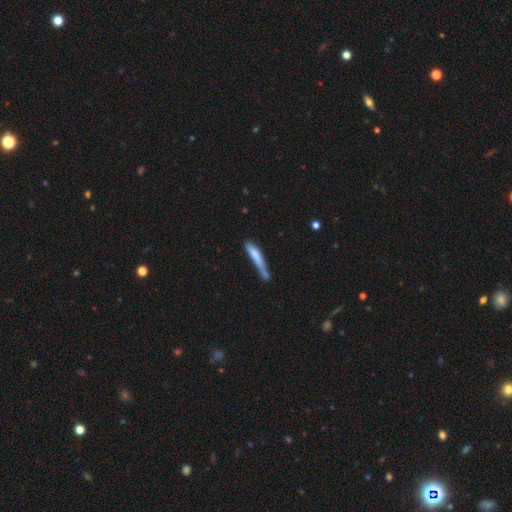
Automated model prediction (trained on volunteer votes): Smooth or featured? Predicted: smooth (p=0.69). How rounded? Predicted: cigar-shaped (p=0.92). Merging? Predicted: none (p=0.46).